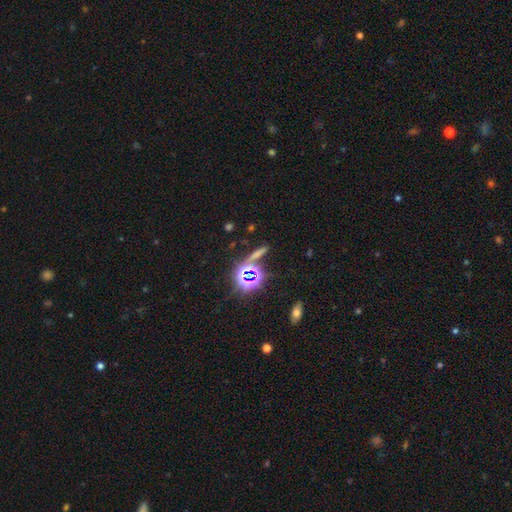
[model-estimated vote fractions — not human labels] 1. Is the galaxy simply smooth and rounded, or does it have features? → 66% star or artifact, 20% smooth, 14% featured or disk.